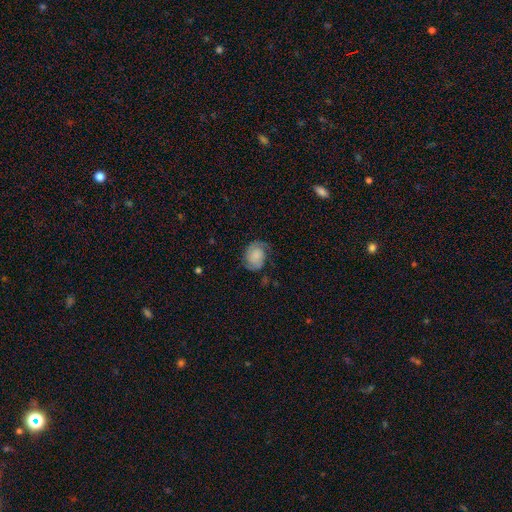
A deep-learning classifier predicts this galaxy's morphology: type=featured or disk (52%); edge-on=no (97%); bar=no (75%); spiral arms=yes (89%); bulge=none (34%); merging=none (60%).